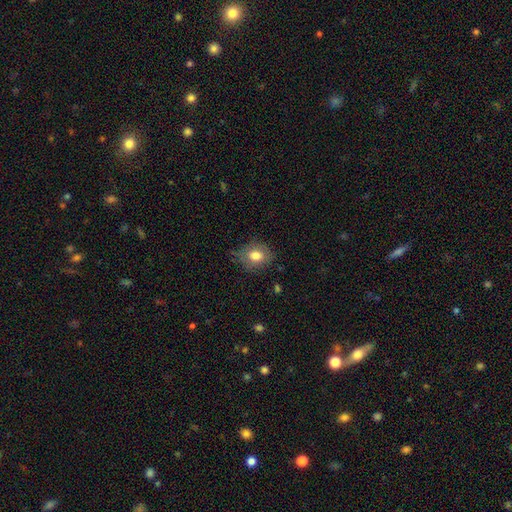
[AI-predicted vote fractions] smooth 77%, featured or disk 14%, star or artifact 9%. Down the decision tree: how rounded — in between (50%); merging — none (72%).